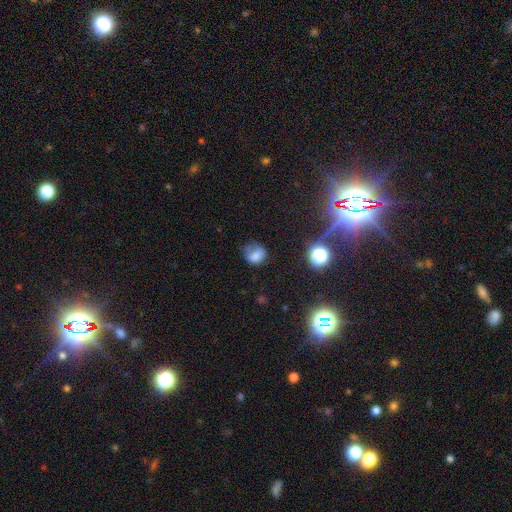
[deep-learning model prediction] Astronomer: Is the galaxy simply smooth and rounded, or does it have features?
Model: smooth — 71%.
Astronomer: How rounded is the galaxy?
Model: round — 52% (runner-up: in between, 47%).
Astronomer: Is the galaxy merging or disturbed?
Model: none — 47% (runner-up: minor disturbance, 30%).